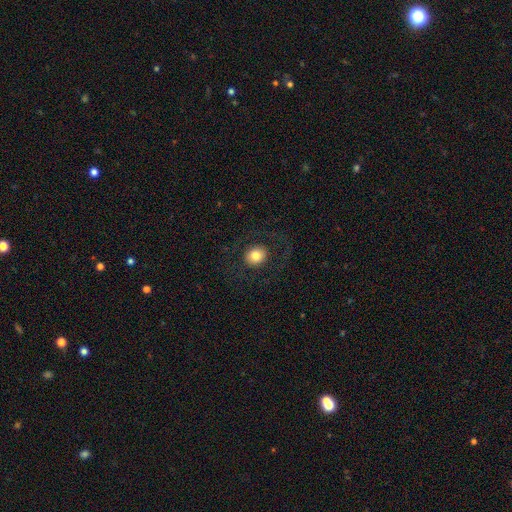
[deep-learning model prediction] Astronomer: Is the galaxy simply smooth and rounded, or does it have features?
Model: smooth — 75%.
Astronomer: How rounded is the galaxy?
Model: round — 75%.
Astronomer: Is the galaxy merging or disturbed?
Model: none — 82%.